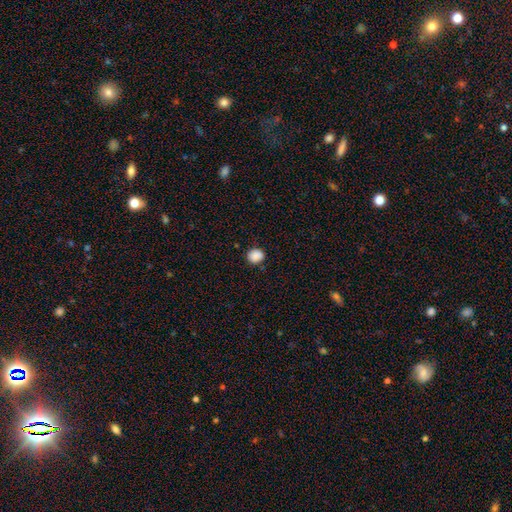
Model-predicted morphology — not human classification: Smooth or featured? smooth (88%)
How rounded? round (79%)
Merging? none (86%)